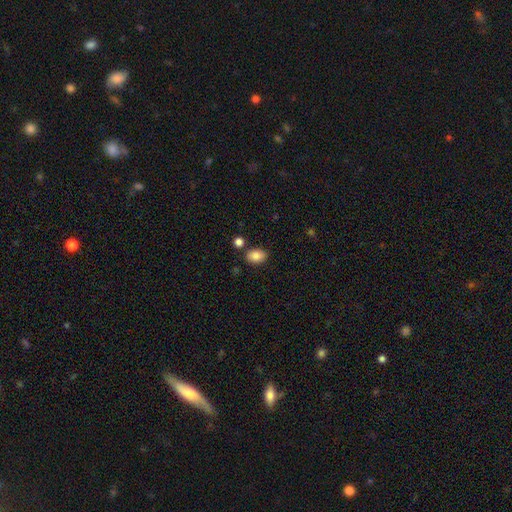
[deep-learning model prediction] Smooth or featured: smooth — 85% (star or artifact — 8%)
How rounded: in between — 78% (round — 21%)
Merging: none — 81% (minor disturbance — 11%)